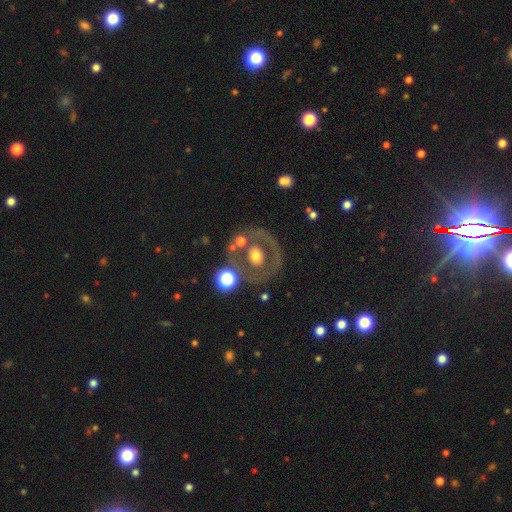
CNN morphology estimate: A featured or disk galaxy (50%). Merging: none (69%).